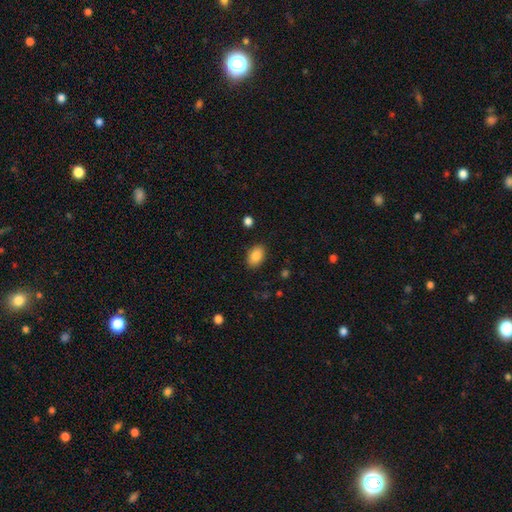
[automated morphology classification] Overall: smooth (87%). How rounded: in between (87%). Merging: none (88%).